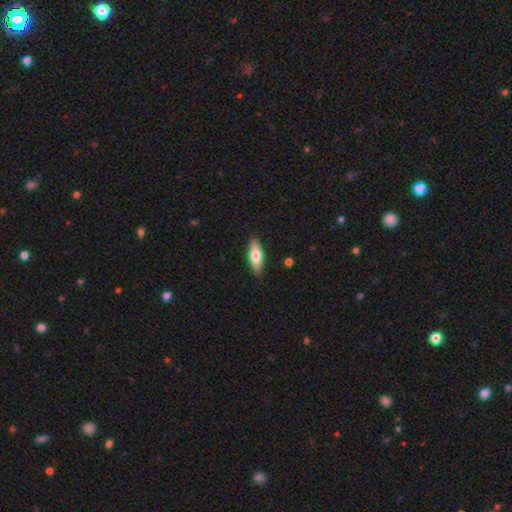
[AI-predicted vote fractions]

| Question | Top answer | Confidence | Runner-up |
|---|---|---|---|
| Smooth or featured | smooth | 67% | featured or disk (28%) |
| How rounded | in between | 63% | cigar-shaped (35%) |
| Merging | none | 88% | minor disturbance (9%) |